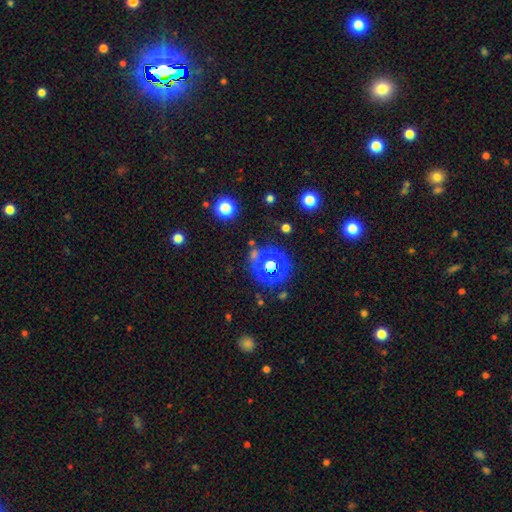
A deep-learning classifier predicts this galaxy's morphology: Smooth or featured: star or artifact — 66% (smooth — 27%)